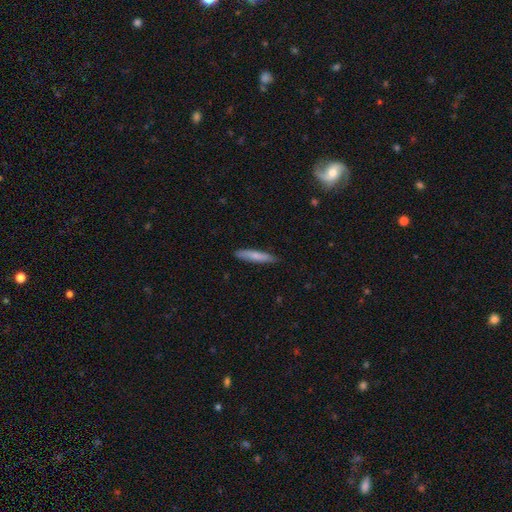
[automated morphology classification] Overall: smooth (77%). How rounded: cigar-shaped (89%). Merging: none (86%).